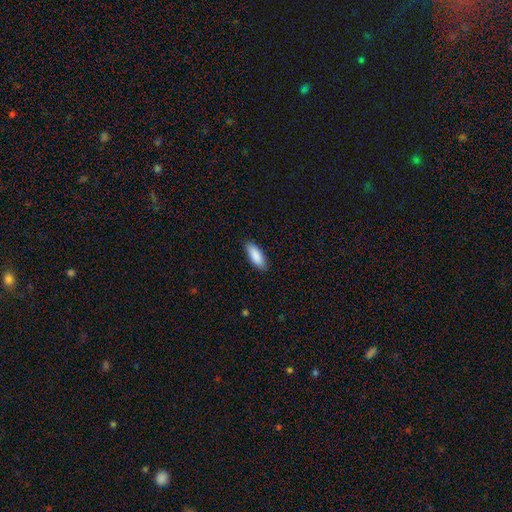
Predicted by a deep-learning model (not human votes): Smooth or featured? smooth (89%)
How rounded? in between (73%)
Merging? none (87%)